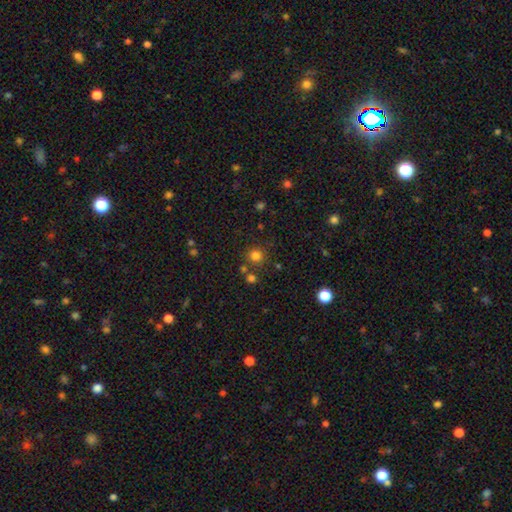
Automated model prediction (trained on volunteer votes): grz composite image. It shows a smooth galaxy with no disk features (79%) that is round (90%). Merging: none (79%).